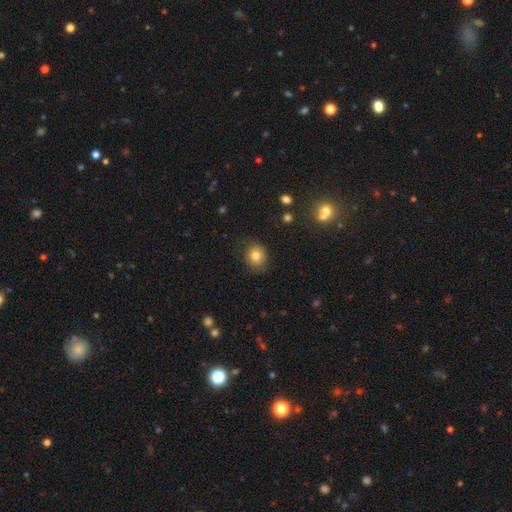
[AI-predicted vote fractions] Smooth or featured? Predicted: smooth (p=0.80). How rounded? Predicted: round (p=0.74). Merging? Predicted: none (p=0.83).